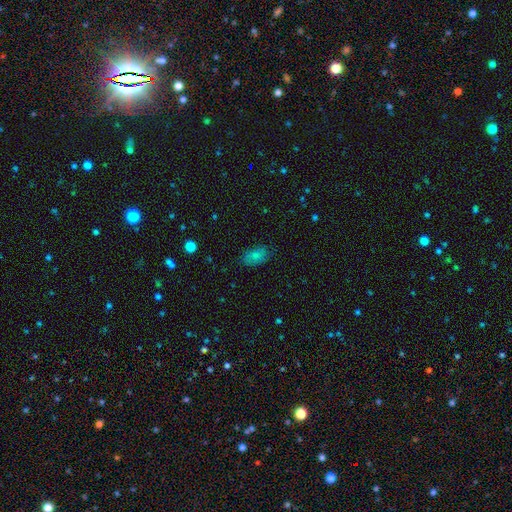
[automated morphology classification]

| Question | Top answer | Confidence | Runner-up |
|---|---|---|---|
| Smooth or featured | smooth | 76% | featured or disk (15%) |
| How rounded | in between | 91% | round (7%) |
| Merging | none | 75% | minor disturbance (19%) |